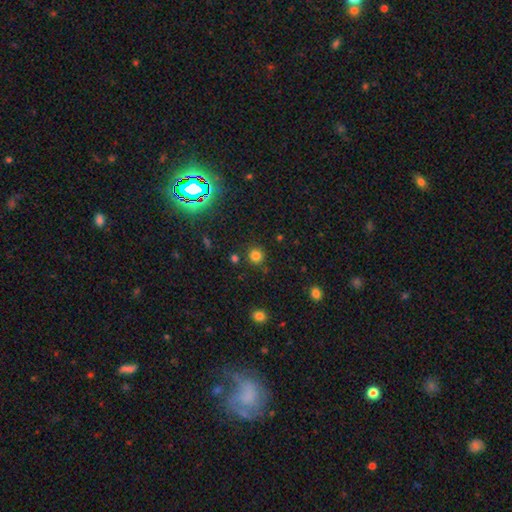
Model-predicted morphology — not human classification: A smooth galaxy with no disk features (79%) that is round (91%). Merging: none (85%).